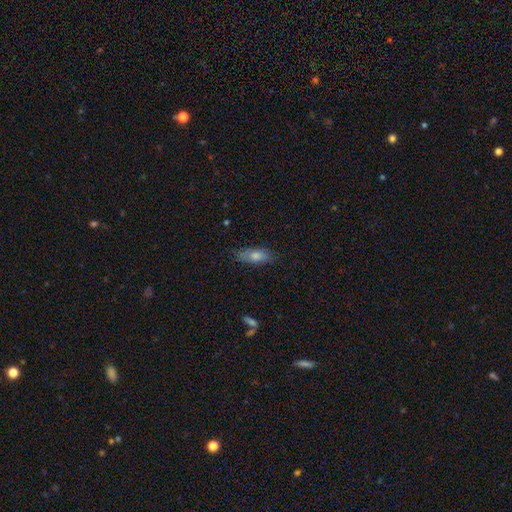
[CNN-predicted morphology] Smooth or featured?
  - smooth: 69% *
  - featured or disk: 22%
  - star or artifact: 9%
How rounded?
  - in between: 66% *
  - cigar-shaped: 31%
  - round: 3%
Merging?
  - none: 80% *
  - minor disturbance: 15%
  - major disturbance: 3%
  - merger: 1%